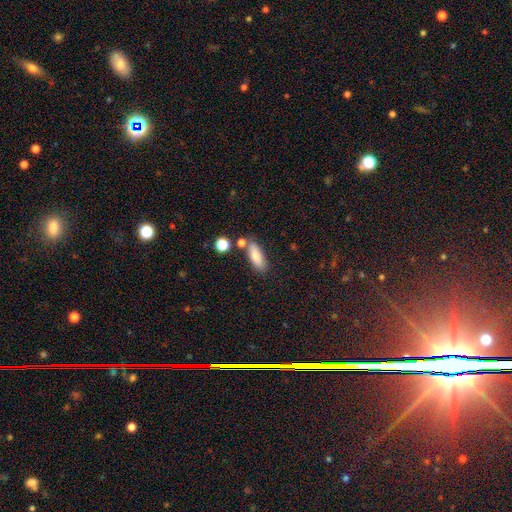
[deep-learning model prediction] A smooth galaxy with no disk features (81%) that is in between round and cigar-shaped (66%).

Vote fractions:
- Smooth or featured? smooth: 81% / featured or disk: 11% / star or artifact: 8%
- How rounded? in between: 66% / cigar-shaped: 30% / round: 3%
- Merging? none: 70% / minor disturbance: 15% / merger: 12% / major disturbance: 4%